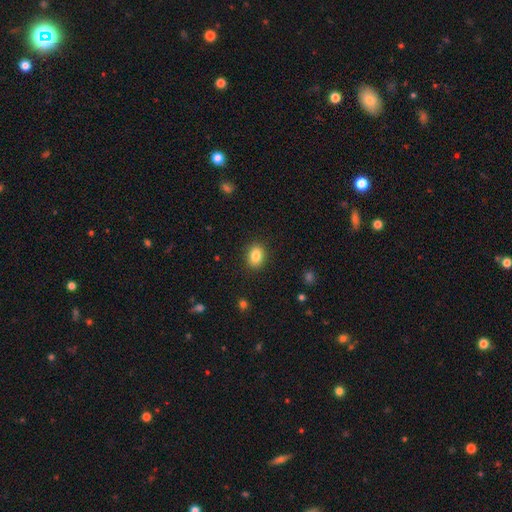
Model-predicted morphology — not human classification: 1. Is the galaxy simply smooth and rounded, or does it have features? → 85% smooth, 9% star or artifact, 6% featured or disk.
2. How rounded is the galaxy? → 70% in between, 29% round, 1% cigar-shaped.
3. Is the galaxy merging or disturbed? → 89% none, 8% minor disturbance, 2% major disturbance, 1% merger.